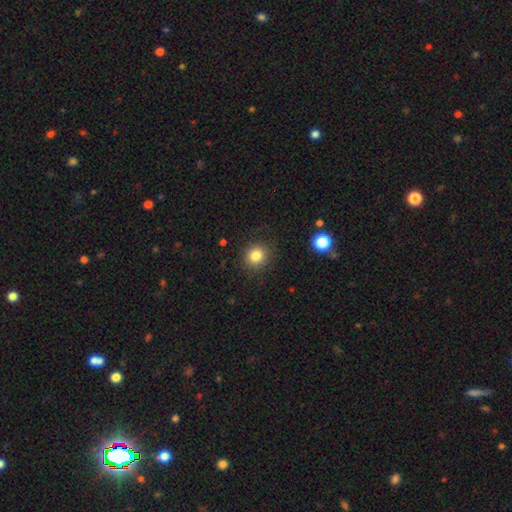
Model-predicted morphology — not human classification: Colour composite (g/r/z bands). It shows a smooth galaxy with no disk features (82%) that is round (86%). Merging: none (87%).